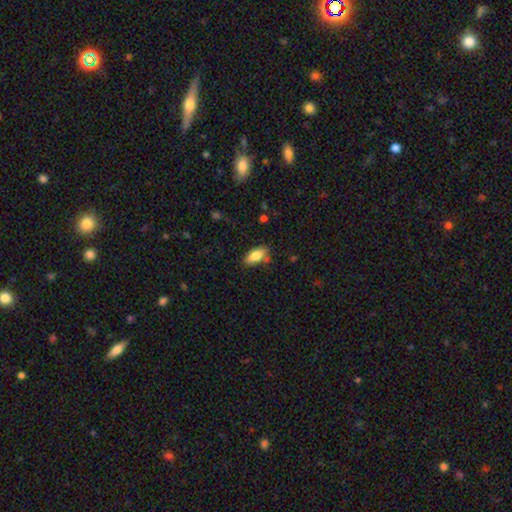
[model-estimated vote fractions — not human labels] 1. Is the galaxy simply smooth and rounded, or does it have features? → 82% smooth, 11% featured or disk, 7% star or artifact.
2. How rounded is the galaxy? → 87% in between, 10% cigar-shaped, 3% round.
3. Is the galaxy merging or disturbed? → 75% none, 17% minor disturbance, 4% merger, 4% major disturbance.